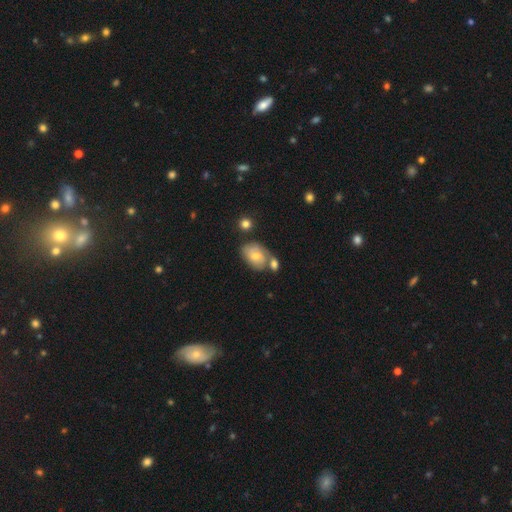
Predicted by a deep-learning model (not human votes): Smooth or featured? smooth (54%)
How rounded? in between (81%)
Merging? none (42%)